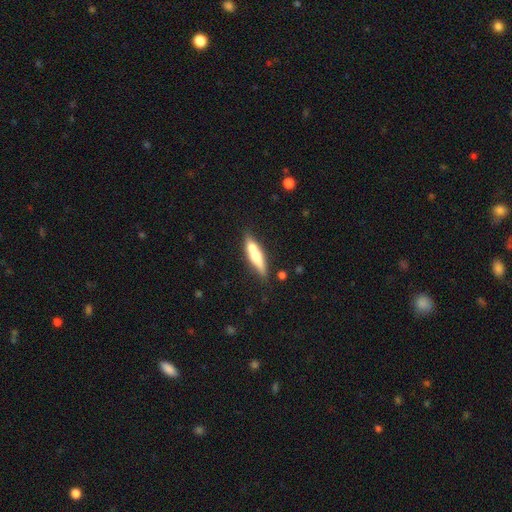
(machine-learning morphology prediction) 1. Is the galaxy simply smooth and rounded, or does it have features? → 50% smooth, 43% featured or disk, 6% star or artifact.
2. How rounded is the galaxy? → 73% cigar-shaped, 24% in between, 2% round.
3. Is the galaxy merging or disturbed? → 59% none, 22% merger, 14% minor disturbance, 4% major disturbance.